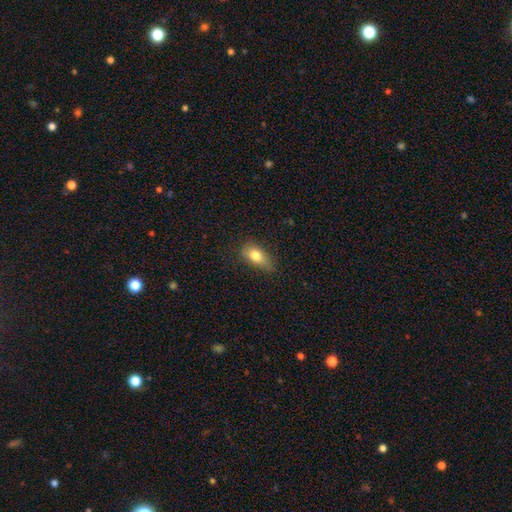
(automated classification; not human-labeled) A smooth galaxy with no disk features (77%) that is in between round and cigar-shaped (85%).

Vote fractions:
- Smooth or featured? smooth: 77% / featured or disk: 14% / star or artifact: 9%
- How rounded? in between: 85% / cigar-shaped: 8% / round: 8%
- Merging? none: 56% / minor disturbance: 33% / major disturbance: 10% / merger: 2%